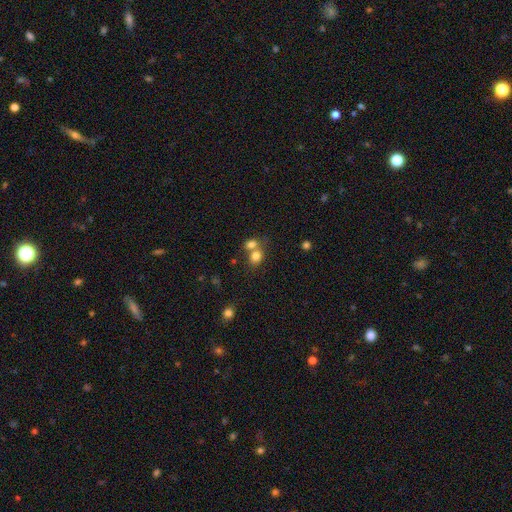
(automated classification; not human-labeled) A smooth galaxy with no disk features (78%) that is round (55%). Merging: merger (53%).